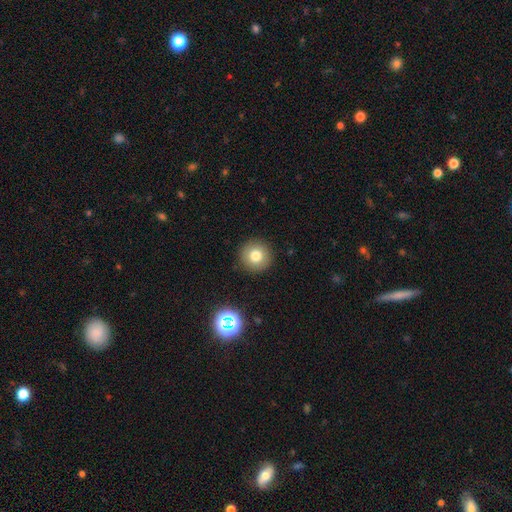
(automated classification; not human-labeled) Overall: smooth (77%). How rounded: round (96%). Merging: none (91%).